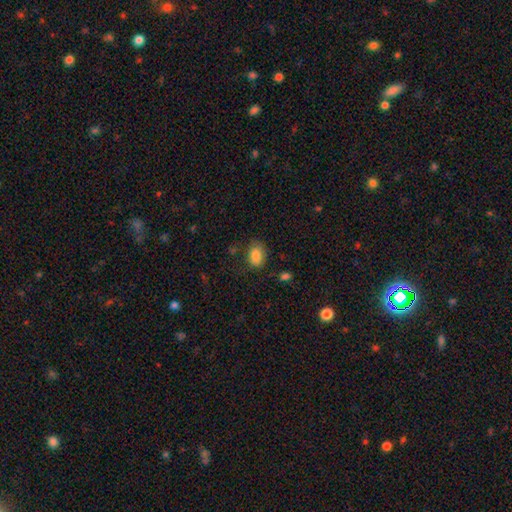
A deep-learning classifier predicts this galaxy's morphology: A smooth galaxy with no disk features (86%) that is in between round and cigar-shaped (83%).

Vote fractions:
- Smooth or featured? smooth: 86% / star or artifact: 8% / featured or disk: 6%
- How rounded? in between: 83% / round: 16% / cigar-shaped: 1%
- Merging? none: 69% / minor disturbance: 22% / major disturbance: 7% / merger: 2%